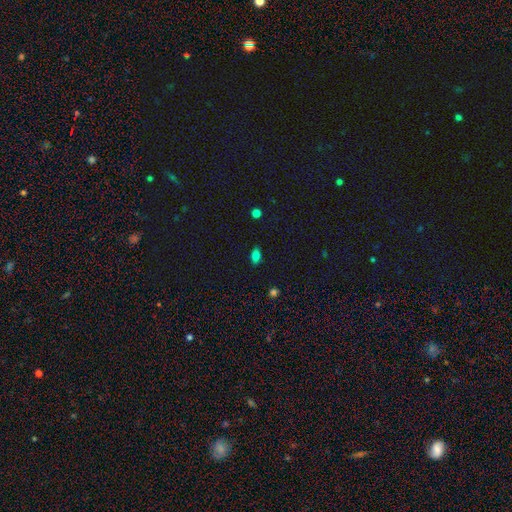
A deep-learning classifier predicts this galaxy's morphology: The model was most divided on "smooth or featured": smooth: 79%, star or artifact: 13%, featured or disk: 9%. More confident: how rounded — in between (87%); merging — none (85%).